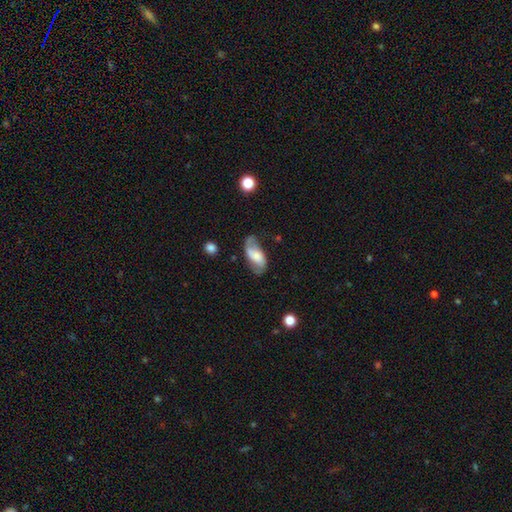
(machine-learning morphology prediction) A featured or disk galaxy (56%) with no bar (50%), spiral arms (84%) and a moderate central bulge (39%). Merging: none (53%).